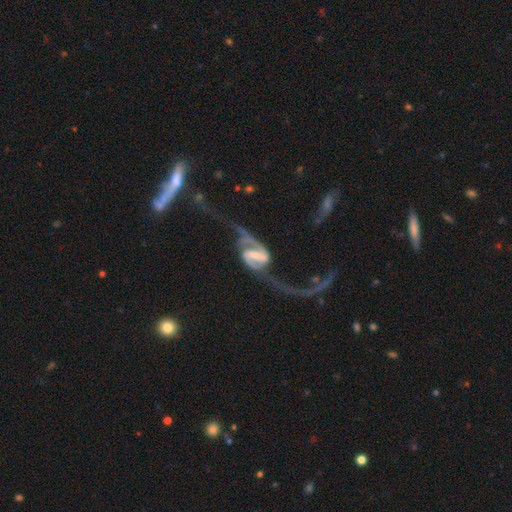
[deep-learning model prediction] The model was most divided on "merging": major disturbance: 41%, none: 39%, minor disturbance: 13%, merger: 7%. Remaining: edge-on disk — no (97%); spiral arms — yes (96%); spiral arm count — 2 (93%); smooth or featured — featured or disk (91%); spiral winding — loose (70%); bar — strong (61%); bulge size — small (38%).